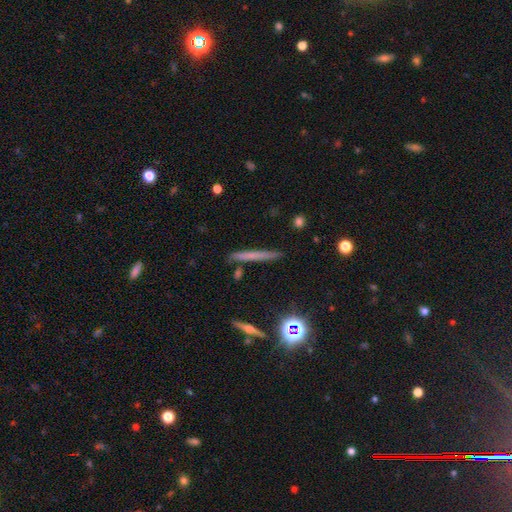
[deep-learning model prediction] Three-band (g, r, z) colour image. It shows a smooth galaxy with no disk features (48%). Merging: none (88%).